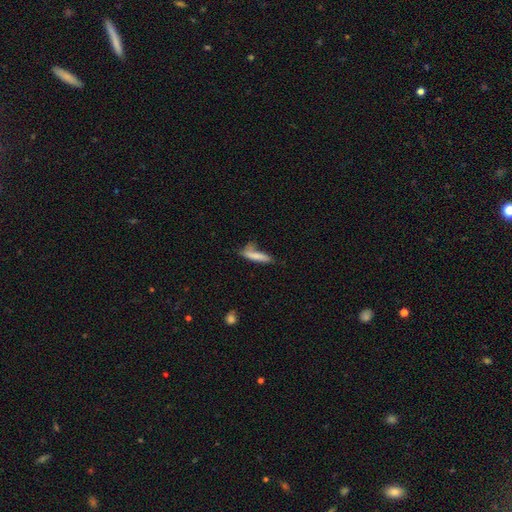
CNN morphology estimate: Smooth or featured? smooth (76%)
How rounded? cigar-shaped (78%)
Merging? none (47%)